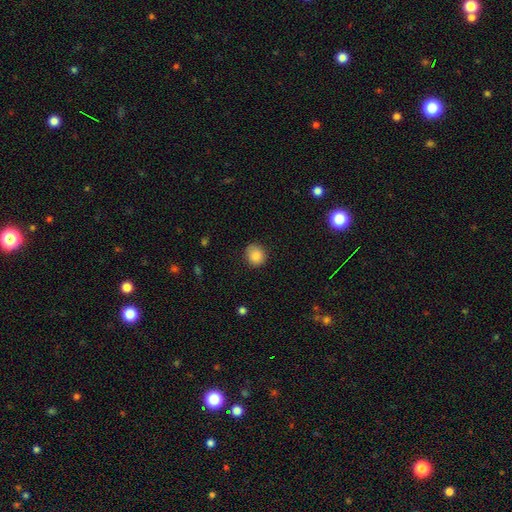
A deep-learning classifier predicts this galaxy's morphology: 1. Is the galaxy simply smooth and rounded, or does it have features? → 87% smooth, 9% star or artifact, 4% featured or disk.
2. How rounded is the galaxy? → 80% round, 19% in between, 1% cigar-shaped.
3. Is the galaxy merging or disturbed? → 81% none, 15% minor disturbance, 3% major disturbance, 1% merger.